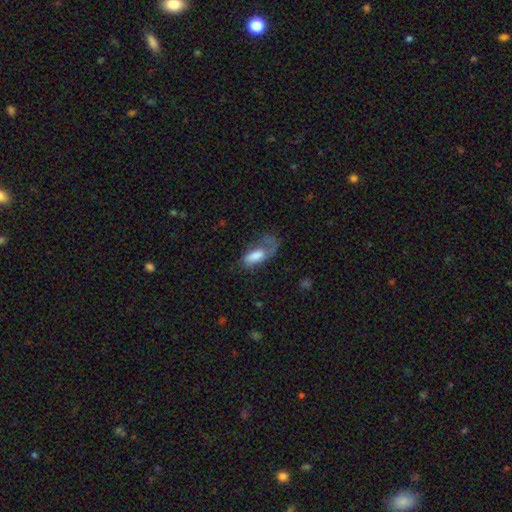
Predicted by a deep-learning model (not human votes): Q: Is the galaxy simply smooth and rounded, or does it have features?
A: smooth — 67%.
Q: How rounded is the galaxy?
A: in between — 87%.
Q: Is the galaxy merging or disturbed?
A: major disturbance — 48%.